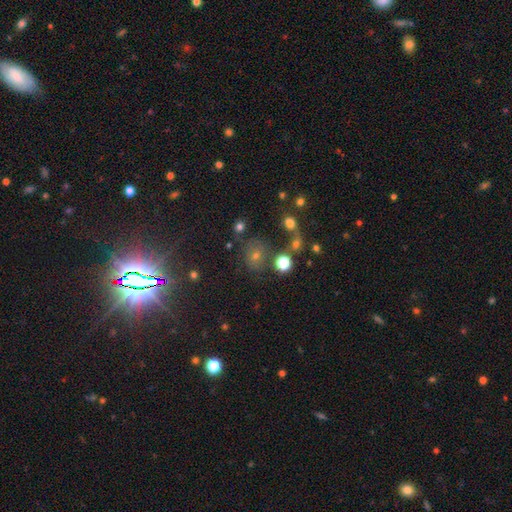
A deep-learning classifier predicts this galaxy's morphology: This appears to be a smooth galaxy with no disk features (44%). Merging: none (74%).